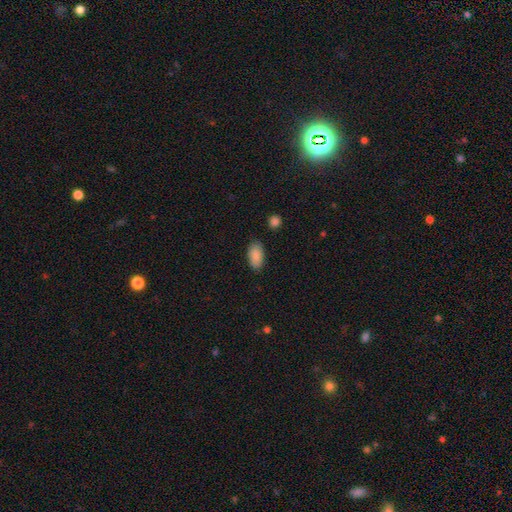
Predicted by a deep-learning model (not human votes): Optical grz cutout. It shows a smooth galaxy with no disk features (89%) that is in between round and cigar-shaped (93%). Merging: none (83%).